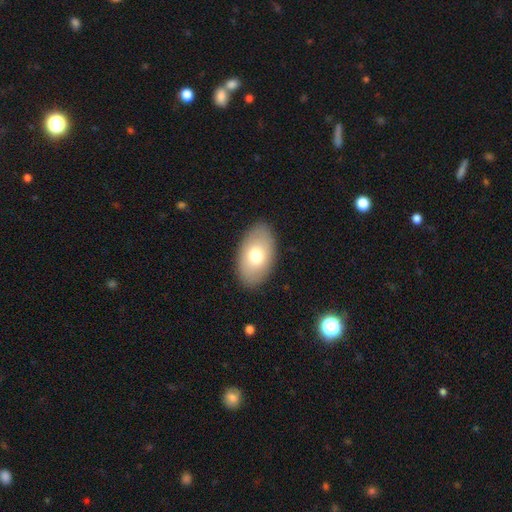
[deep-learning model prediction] Overall: smooth (73%). How rounded: in between (93%). Merging: none (88%).